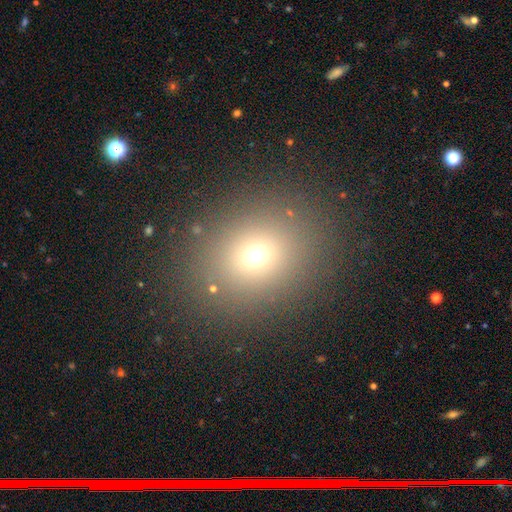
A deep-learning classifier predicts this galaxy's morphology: A smooth galaxy with no disk features (66%) that is round (63%). Merging: none (87%).